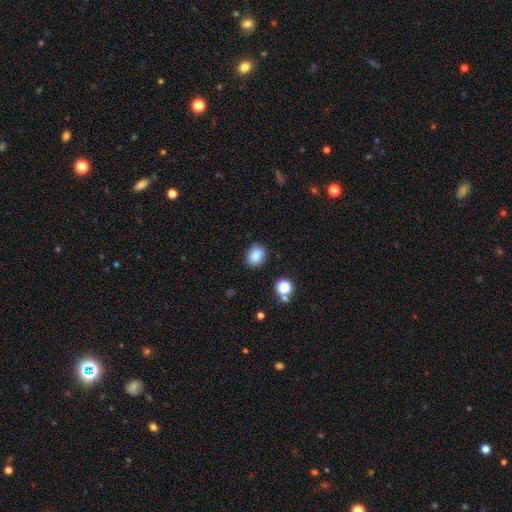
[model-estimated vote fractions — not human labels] smooth_or_featured: smooth (p=0.83) [alt: star or artifact p=0.11]
how_rounded: in between (p=0.54) [alt: round p=0.45]
merging: none (p=0.84) [alt: minor disturbance p=0.11]